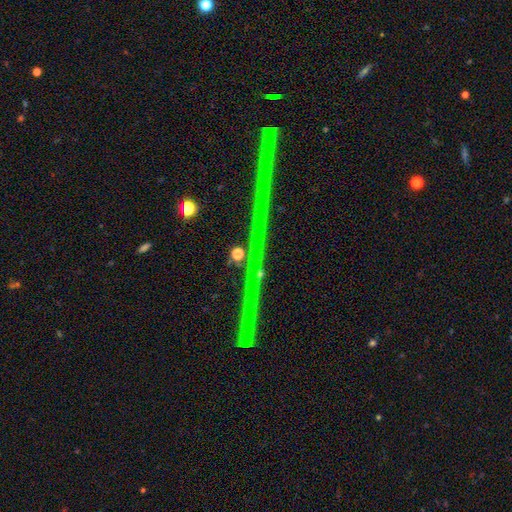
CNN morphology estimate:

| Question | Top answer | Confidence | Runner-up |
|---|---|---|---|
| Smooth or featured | star or artifact | 69% | featured or disk (22%) |